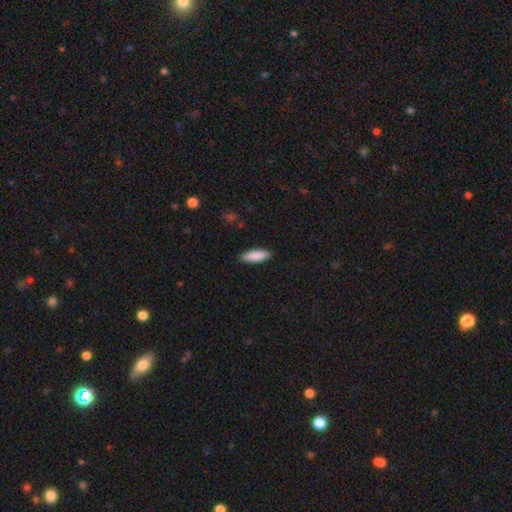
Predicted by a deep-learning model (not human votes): smooth_or_featured: smooth (p=0.89) [alt: star or artifact p=0.06]
how_rounded: in between (p=0.56) [alt: cigar-shaped p=0.42]
merging: none (p=0.89) [alt: minor disturbance p=0.08]